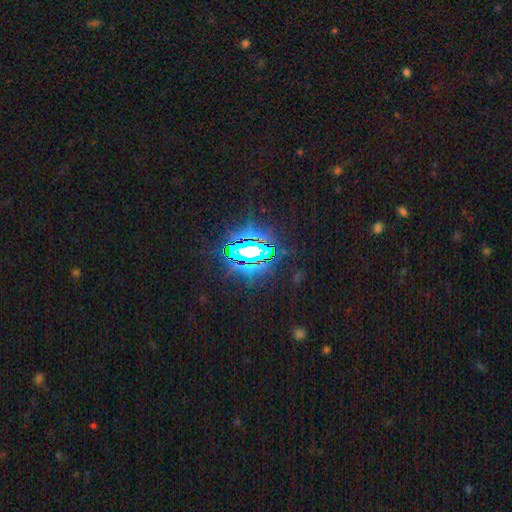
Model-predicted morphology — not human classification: smooth_or_featured: star or artifact (p=0.82) [alt: smooth p=0.10]